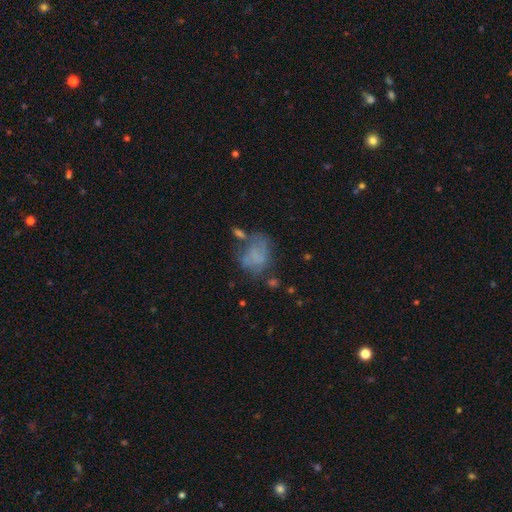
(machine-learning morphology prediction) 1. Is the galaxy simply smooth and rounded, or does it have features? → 55% smooth, 30% featured or disk, 14% star or artifact.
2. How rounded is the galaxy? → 65% in between, 34% round, 1% cigar-shaped.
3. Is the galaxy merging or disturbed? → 36% none, 26% major disturbance, 24% minor disturbance, 14% merger.